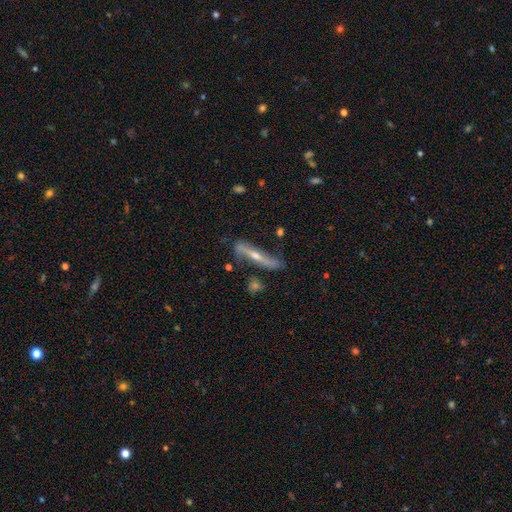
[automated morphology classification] smooth-or-featured: featured or disk: 71% | smooth: 22% | star or artifact: 7%
  disk-edge-on: yes: 80% | no: 20%
    edge-on-bulge: rounded: 82% | none: 14% | boxy: 4%
  merging: none: 70% | minor disturbance: 20% | major disturbance: 6% | merger: 4%